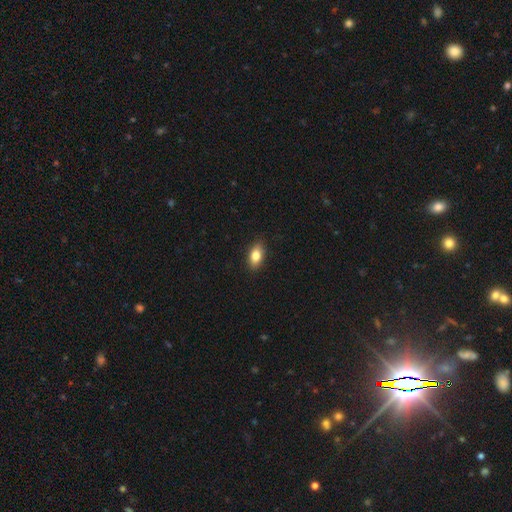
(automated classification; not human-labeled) smooth 82%, featured or disk 11%, star or artifact 8%. Down the decision tree: how rounded — in between (88%); merging — none (88%).